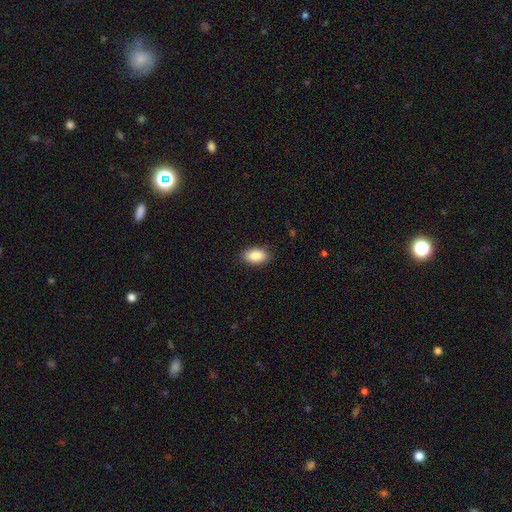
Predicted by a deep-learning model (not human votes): Smooth or featured?
  - smooth: 89% *
  - star or artifact: 7%
  - featured or disk: 5%
How rounded?
  - in between: 93% *
  - round: 5%
  - cigar-shaped: 2%
Merging?
  - none: 88% *
  - minor disturbance: 9%
  - major disturbance: 2%
  - merger: 1%